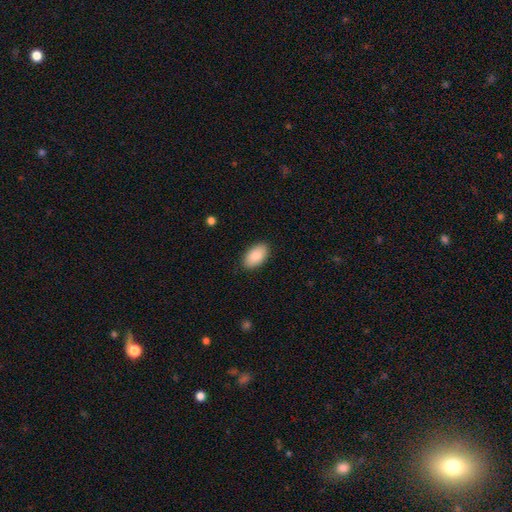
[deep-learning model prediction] Smooth or featured?
  - smooth: 88% *
  - star or artifact: 6%
  - featured or disk: 6%
How rounded?
  - in between: 95% *
  - round: 3%
  - cigar-shaped: 2%
Merging?
  - none: 88% *
  - minor disturbance: 9%
  - major disturbance: 2%
  - merger: 1%